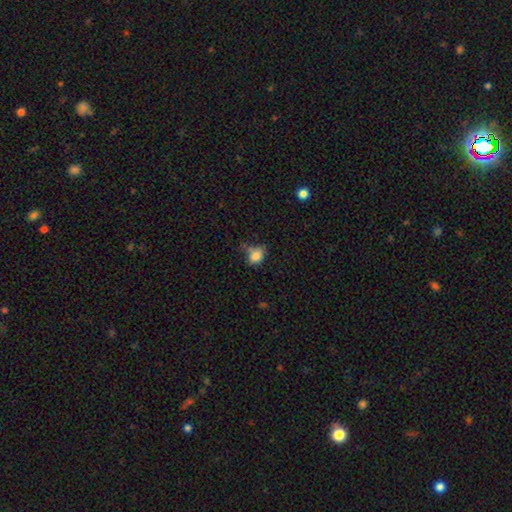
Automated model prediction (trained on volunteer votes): A smooth galaxy with no disk features (83%) that is in between round and cigar-shaped (69%).

Vote fractions:
- Smooth or featured? smooth: 83% / star or artifact: 10% / featured or disk: 7%
- How rounded? in between: 69% / round: 30% / cigar-shaped: 1%
- Merging? none: 50% / minor disturbance: 29% / merger: 11% / major disturbance: 11%